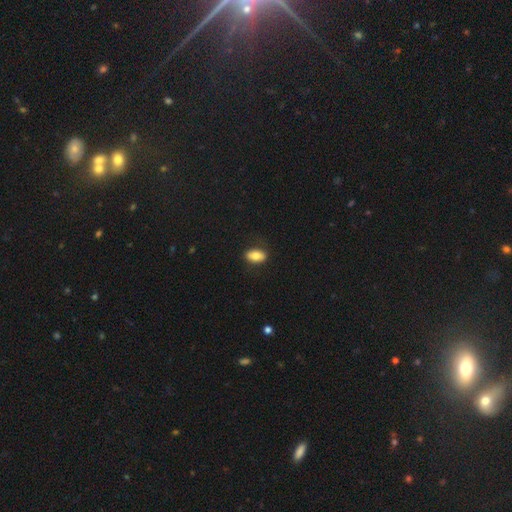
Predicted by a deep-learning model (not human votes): Morphology: type=smooth (80%); roundness=in between (89%); merging=none (83%).